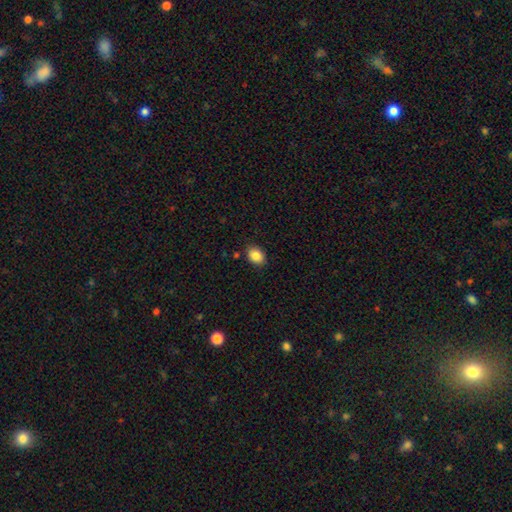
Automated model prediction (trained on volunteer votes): A smooth galaxy with no disk features (86%) that is in between round and cigar-shaped (63%). Merging: none (87%).